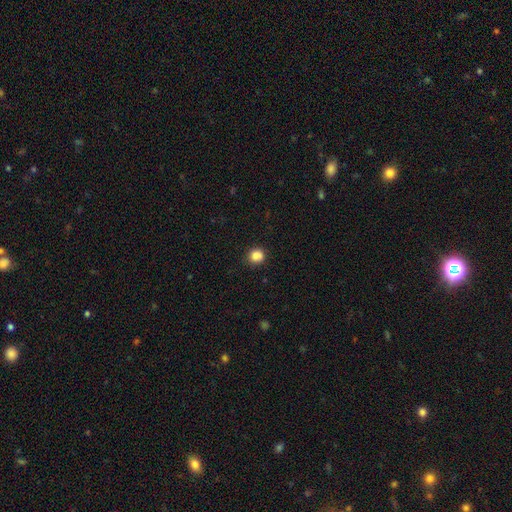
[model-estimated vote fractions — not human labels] The model was most divided on "how rounded": round: 85%, in between: 14%, cigar-shaped: 1%. More confident: smooth or featured — smooth (85%); merging — none (84%).